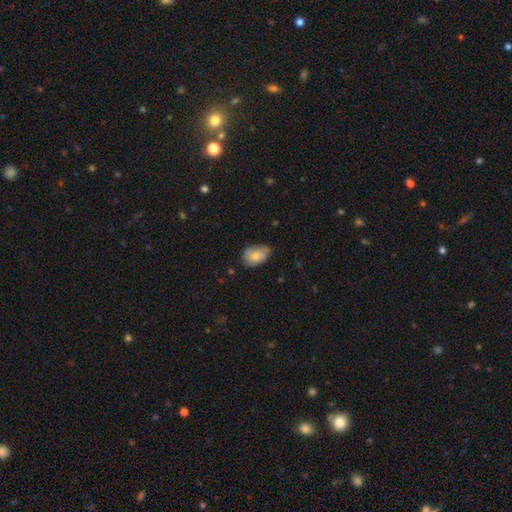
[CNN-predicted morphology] This appears to be a smooth galaxy with no disk features (69%) that is in between round and cigar-shaped (85%). Merging: none (53%).